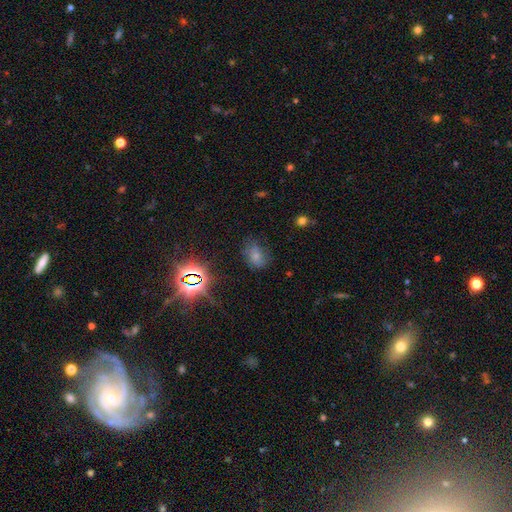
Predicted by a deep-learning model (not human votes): smooth-or-featured: smooth: 63% | star or artifact: 23% | featured or disk: 14%
  how-rounded: in between: 70% | round: 29% | cigar-shaped: 1%
  merging: none: 60% | minor disturbance: 26% | major disturbance: 12% | merger: 3%